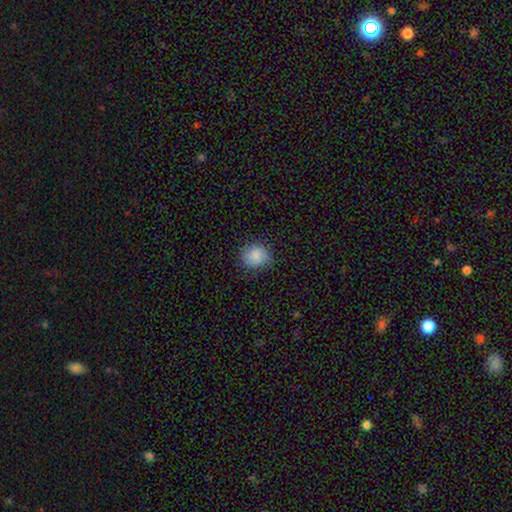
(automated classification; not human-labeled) This is clearly a smooth galaxy (84%). How rounded: likely round (77%). Merging: likely none (76%).